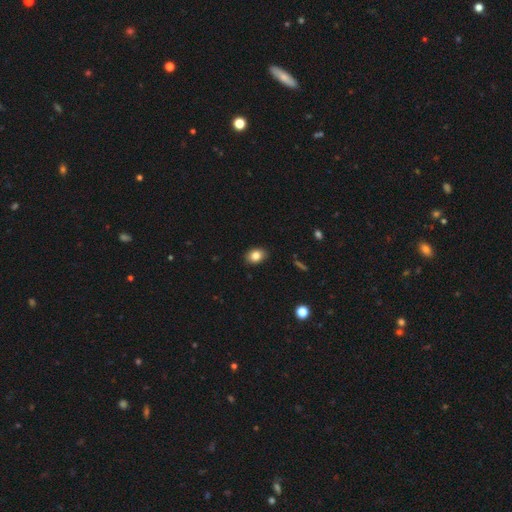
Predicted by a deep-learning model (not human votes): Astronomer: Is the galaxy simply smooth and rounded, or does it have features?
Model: smooth — 83%.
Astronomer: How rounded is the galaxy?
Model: in between — 69%.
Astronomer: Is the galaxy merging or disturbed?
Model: none — 88%.